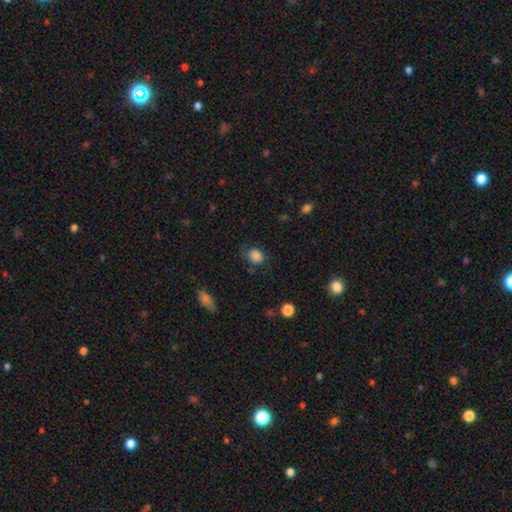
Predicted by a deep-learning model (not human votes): Smooth or featured? smooth (84%)
How rounded? round (54%)
Merging? none (62%)